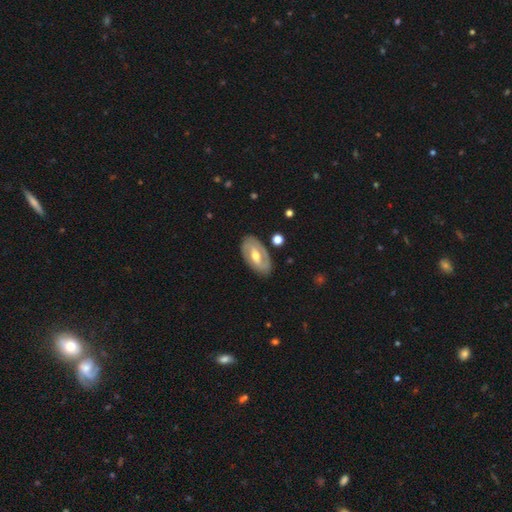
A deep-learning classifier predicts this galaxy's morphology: The model was most divided on "bar": weak: 41%, strong: 32%, no: 27%. More confident: edge-on disk — no (92%); merging — none (82%); bulge size — moderate (72%); smooth or featured — featured or disk (70%); spiral arms — yes (61%).